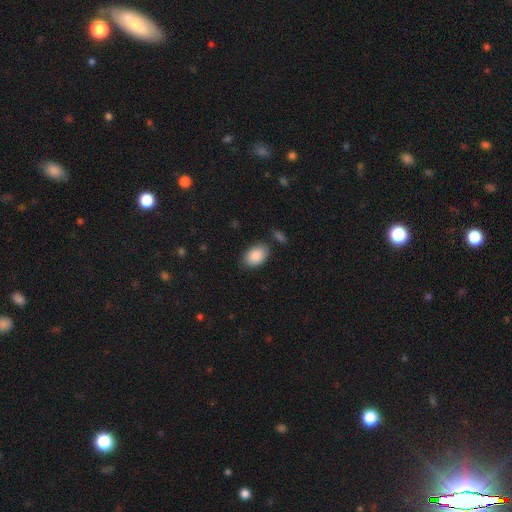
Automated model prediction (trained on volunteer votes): A smooth galaxy with no disk features (88%) that is in between round and cigar-shaped (87%).

Vote fractions:
- Smooth or featured? smooth: 88% / star or artifact: 7% / featured or disk: 6%
- How rounded? in between: 87% / round: 12% / cigar-shaped: 1%
- Merging? none: 78% / minor disturbance: 14% / merger: 4% / major disturbance: 3%